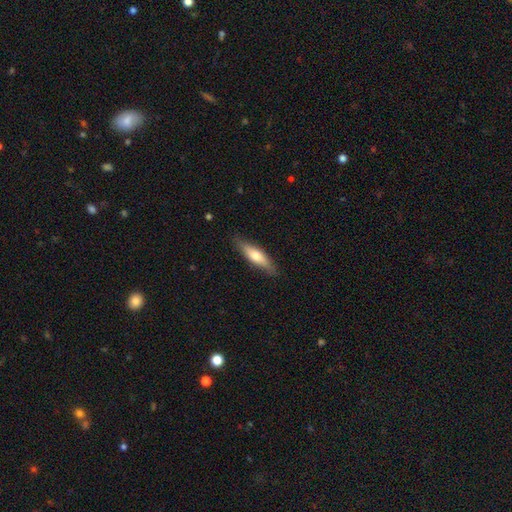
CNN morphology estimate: A smooth galaxy with no disk features (62%) that is cigar-shaped (66%).

Vote fractions:
- Smooth or featured? smooth: 62% / featured or disk: 33% / star or artifact: 5%
- How rounded? cigar-shaped: 66% / in between: 32% / round: 2%
- Merging? none: 85% / minor disturbance: 12% / major disturbance: 2% / merger: 1%